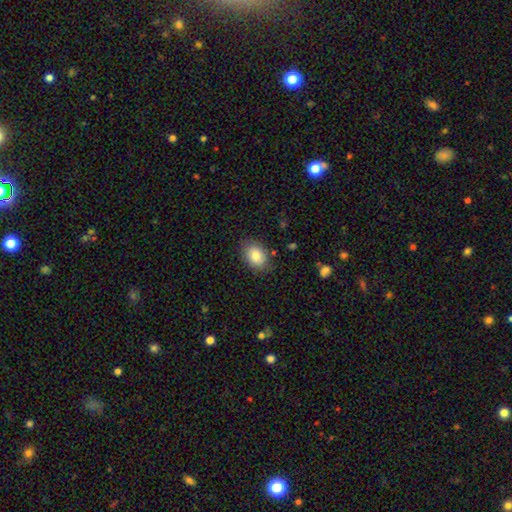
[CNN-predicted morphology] type=smooth (83%); roundness=in between (78%); merging=none (81%).